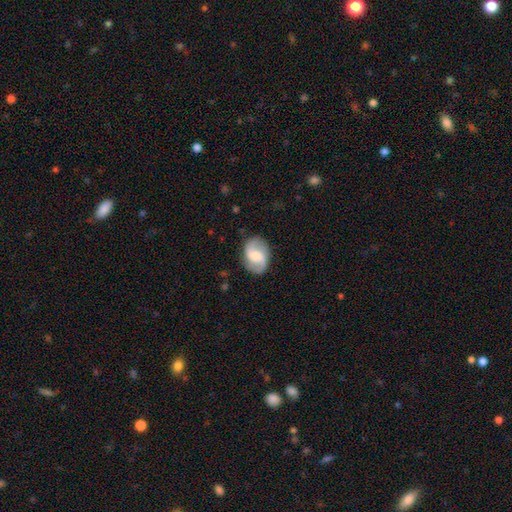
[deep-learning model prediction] featured or disk 73%, smooth 21%, star or artifact 6%. Down the decision tree: edge-on disk — no (98%); bar — weak (50%); spiral arms — yes (94%); spiral arm count — 2 (92%); spiral winding — loose (44%); bulge size — moderate (50%); merging — none (84%).